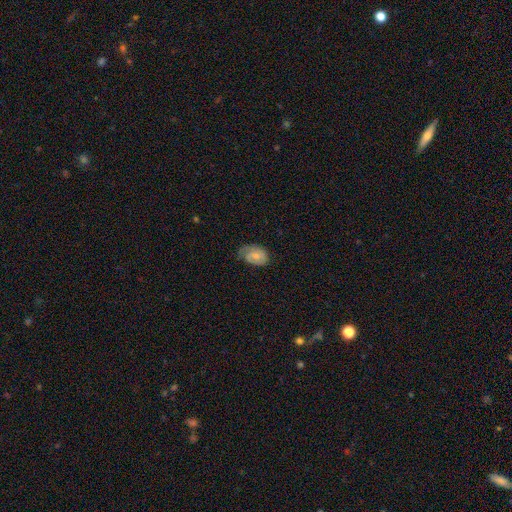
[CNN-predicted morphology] Smooth or featured? featured or disk (60%)
Edge-on disk? no (96%)
Bar? no (49%)
Spiral arms? yes (89%)
Spiral winding? tight (52%)
Spiral arm count? 2 (42%)
Bulge size? small (48%)
Merging? none (57%)